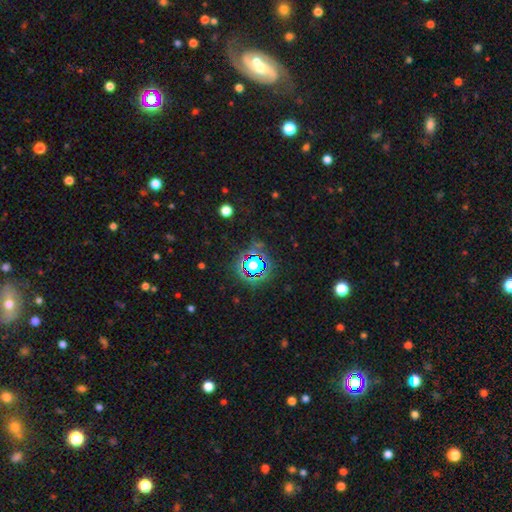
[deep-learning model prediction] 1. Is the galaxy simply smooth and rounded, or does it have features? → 81% star or artifact, 11% smooth, 8% featured or disk.